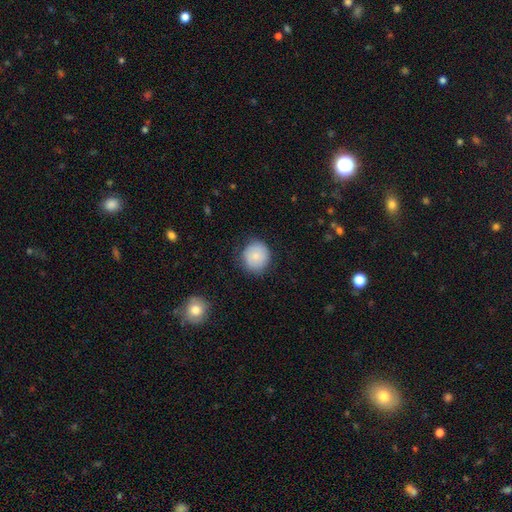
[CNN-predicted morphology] Smooth or featured: smooth — 80% (featured or disk — 13%)
How rounded: round — 89% (in between — 10%)
Merging: none — 80% (minor disturbance — 15%)